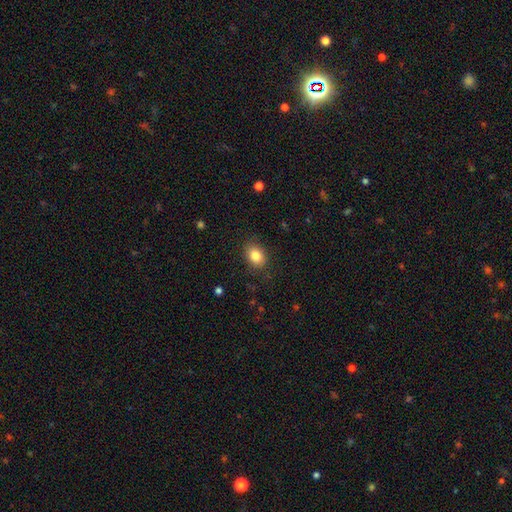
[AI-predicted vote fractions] A smooth galaxy with no disk features (83%) that is in between round and cigar-shaped (64%). Merging: none (85%).